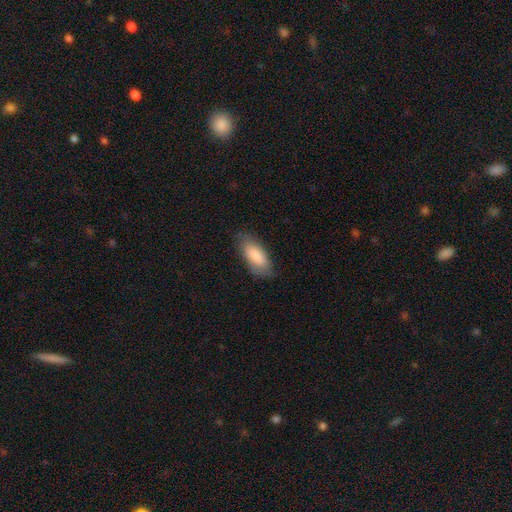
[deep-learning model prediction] This appears to be a smooth galaxy with no disk features (82%) that is in between round and cigar-shaped (84%). Merging: none (77%).